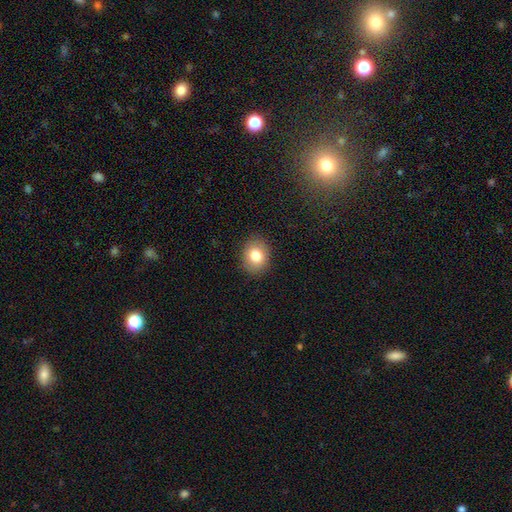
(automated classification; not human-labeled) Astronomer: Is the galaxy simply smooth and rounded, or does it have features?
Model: smooth — 80%.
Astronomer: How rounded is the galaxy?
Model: round — 51% (runner-up: in between, 48%).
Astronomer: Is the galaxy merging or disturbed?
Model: none — 88%.